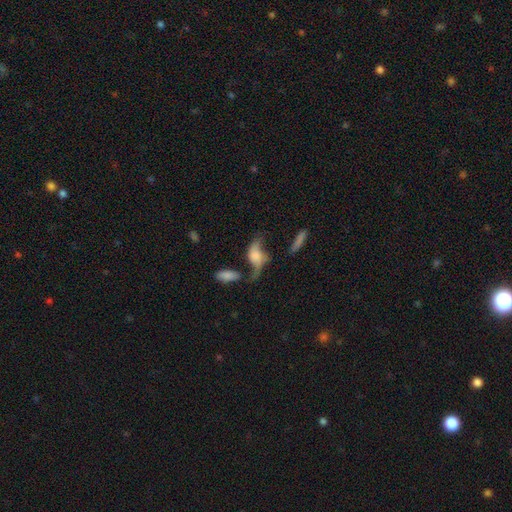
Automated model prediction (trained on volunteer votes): smooth_or_featured: featured or disk (p=0.61) [alt: smooth p=0.29]
disk_edge_on: no (p=0.85) [alt: yes p=0.15]
bar: no (p=0.67) [alt: weak p=0.25]
has_spiral_arms: yes (p=0.79) [alt: no p=0.21]
bulge_size: none (p=0.34) [alt: large p=0.25]
merging: none (p=0.33) [alt: major disturbance p=0.26]